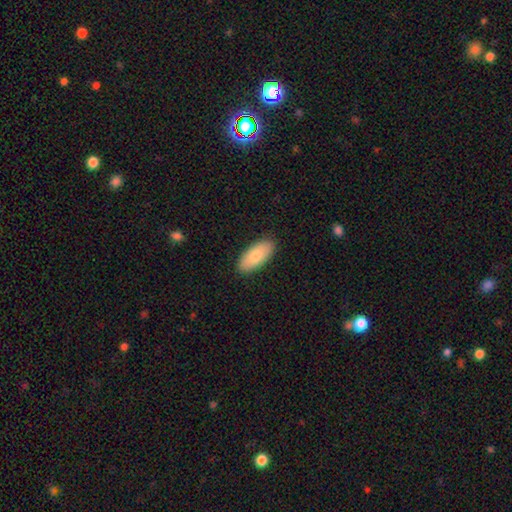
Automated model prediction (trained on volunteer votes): Q: Smooth or featured?
A: smooth (81%); runner-up: featured or disk (13%)
Q: How rounded?
A: in between (89%); runner-up: cigar-shaped (8%)
Q: Merging?
A: none (88%); runner-up: minor disturbance (9%)